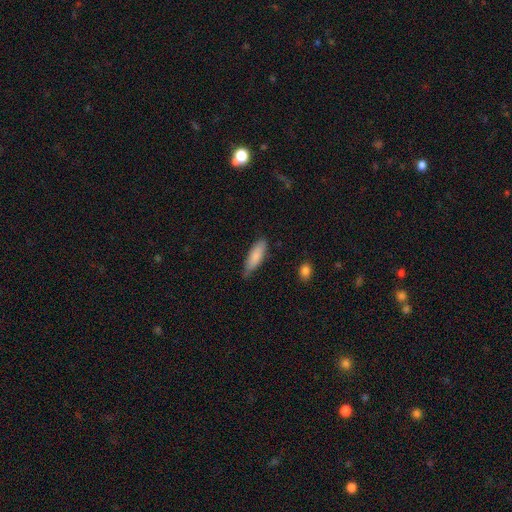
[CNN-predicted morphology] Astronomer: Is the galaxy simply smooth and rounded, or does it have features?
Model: smooth — 85%.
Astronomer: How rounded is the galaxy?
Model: in between — 55% (runner-up: cigar-shaped, 43%).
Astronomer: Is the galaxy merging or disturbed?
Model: none — 70%.